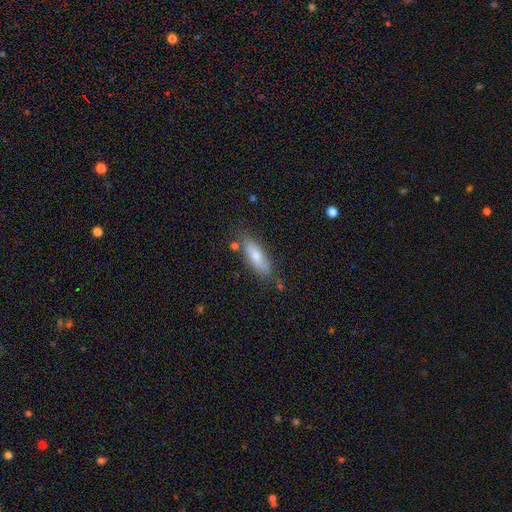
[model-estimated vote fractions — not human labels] Overall: smooth (71%). How rounded: in between (57%; cigar-shaped 41%). Merging: none (77%).